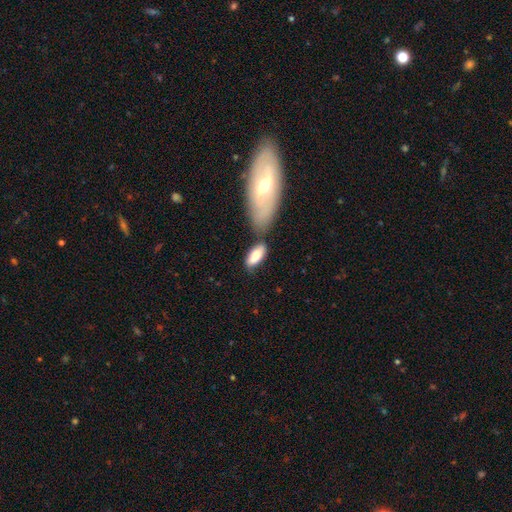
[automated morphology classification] smooth 79%, featured or disk 15%, star or artifact 6%. Down the decision tree: how rounded — in between (86%); merging — none (52%).